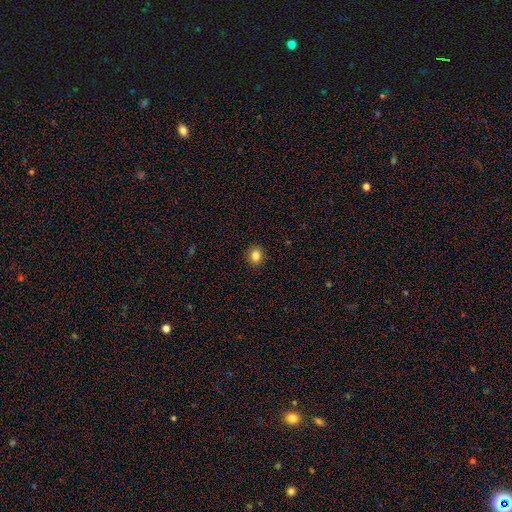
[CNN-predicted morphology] Overall: smooth (84%). How rounded: round (74%). Merging: none (92%).